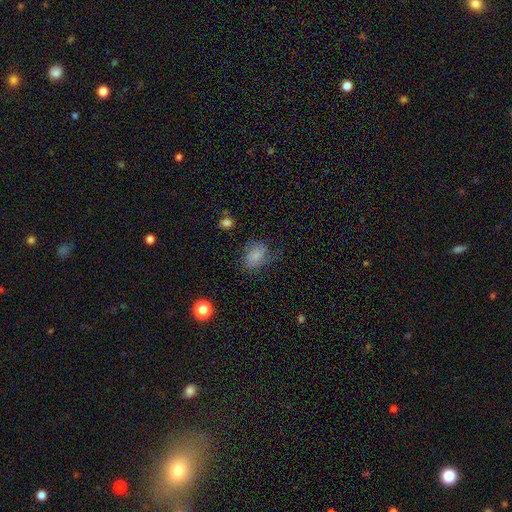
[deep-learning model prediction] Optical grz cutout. It shows a smooth galaxy with no disk features (68%) that is in between round and cigar-shaped (74%). Merging: none (47%).